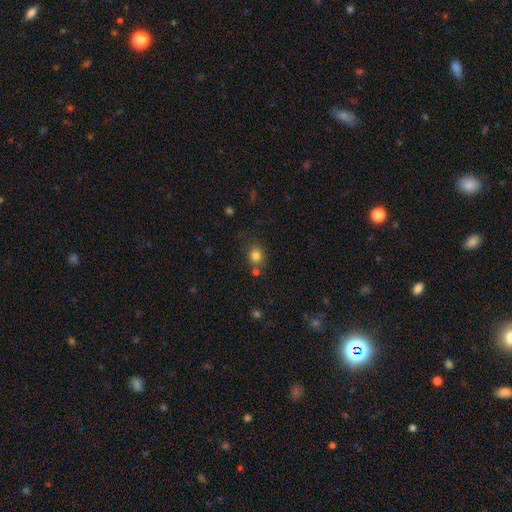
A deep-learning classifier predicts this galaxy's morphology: Smooth or featured?
  - smooth: 81% *
  - star or artifact: 12%
  - featured or disk: 7%
How rounded?
  - round: 70% *
  - in between: 29%
  - cigar-shaped: 1%
Merging?
  - none: 71% *
  - minor disturbance: 12%
  - merger: 12%
  - major disturbance: 4%